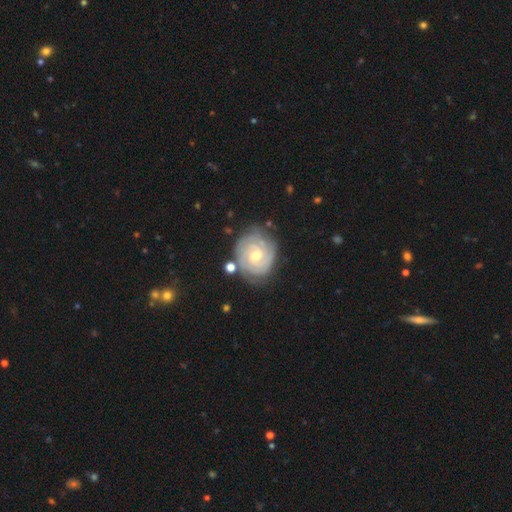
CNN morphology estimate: Smooth or featured: featured or disk — 88% (smooth — 7%)
Edge-on disk: no — 98% (yes — 2%)
Bar: no — 54% (weak — 38%)
Spiral arms: yes — 98% (no — 2%)
Spiral winding: tight — 83% (medium — 14%)
Spiral arm count: 3 — 27% (2 — 25%)
Bulge size: moderate — 57% (small — 40%)
Merging: none — 77% (minor disturbance — 15%)